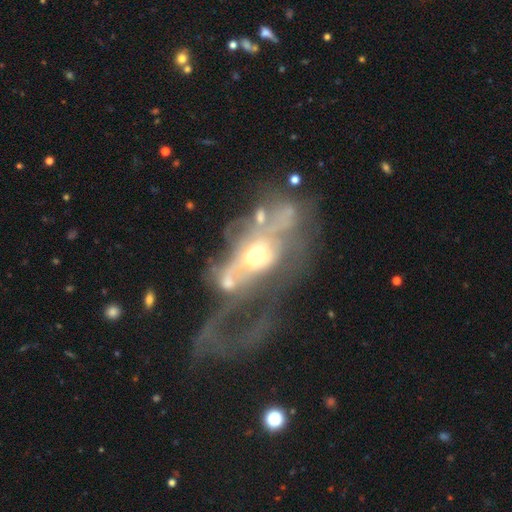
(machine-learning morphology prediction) This appears to be a featured or disk galaxy (72%) with no bar (73%), no spiral arms (58%) and a moderate central bulge (62%). Merging: major disturbance (51%).